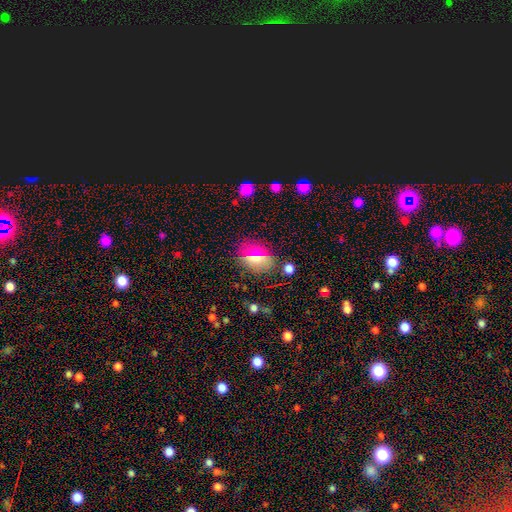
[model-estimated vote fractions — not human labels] smooth-or-featured: smooth: 52% | featured or disk: 29% | star or artifact: 19%
  how-rounded: in between: 55% | round: 38% | cigar-shaped: 7%
  merging: none: 82% | minor disturbance: 11% | major disturbance: 4% | merger: 3%